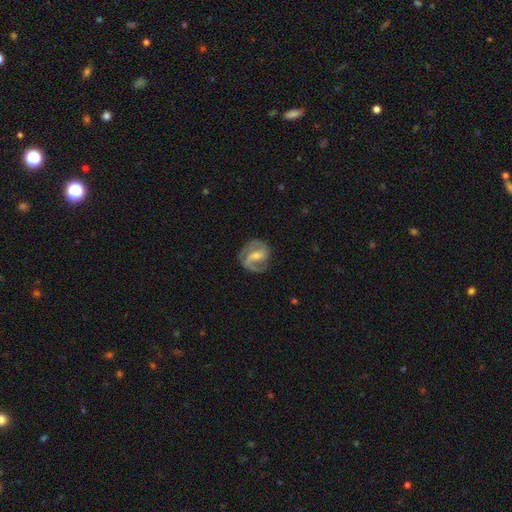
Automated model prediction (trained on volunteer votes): A featured or disk galaxy (84%) with a weak bar (48%), 2 (83%) medium (51%) spiral arms (95%) and a small central bulge (46%). Merging: none (76%).